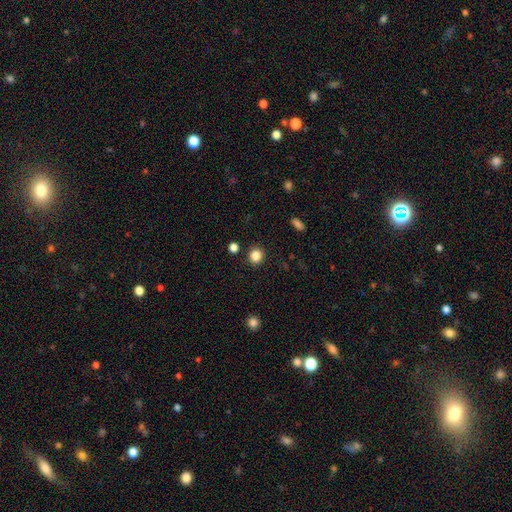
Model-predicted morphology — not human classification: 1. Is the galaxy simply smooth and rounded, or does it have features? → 84% smooth, 12% star or artifact, 4% featured or disk.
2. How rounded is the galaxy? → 88% round, 11% in between, 1% cigar-shaped.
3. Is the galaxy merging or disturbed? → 90% none, 6% minor disturbance, 2% merger, 2% major disturbance.